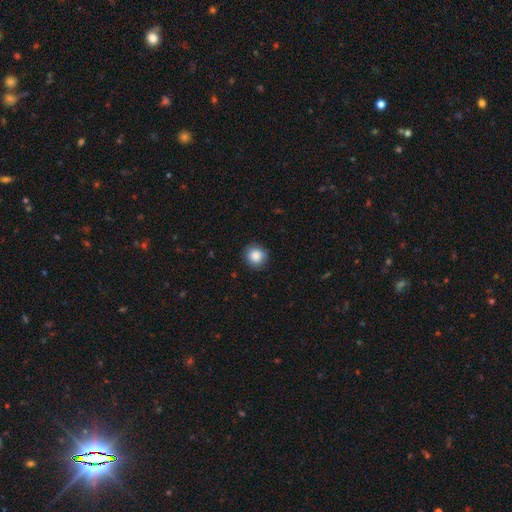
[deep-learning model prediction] smooth 87%, star or artifact 9%, featured or disk 4%. Down the decision tree: how rounded — round (90%); merging — none (88%).